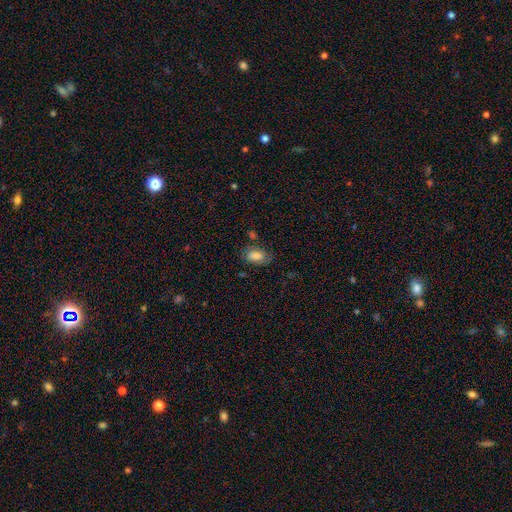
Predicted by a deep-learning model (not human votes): smooth_or_featured: smooth (p=0.71) [alt: featured or disk p=0.20]
how_rounded: in between (p=0.90) [alt: round p=0.08]
merging: none (p=0.65) [alt: minor disturbance p=0.22]